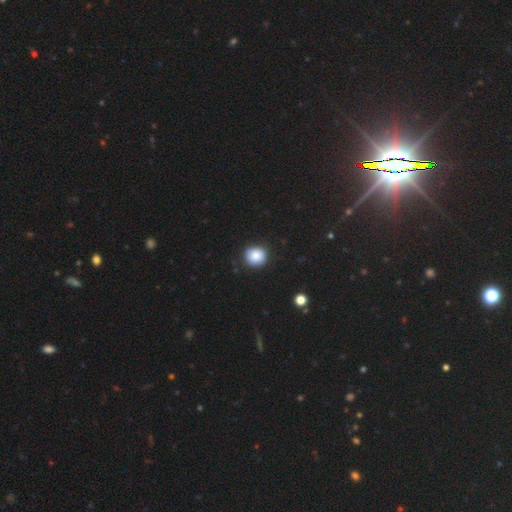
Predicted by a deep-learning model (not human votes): A smooth galaxy with no disk features (86%) that is round (88%). Merging: none (88%).